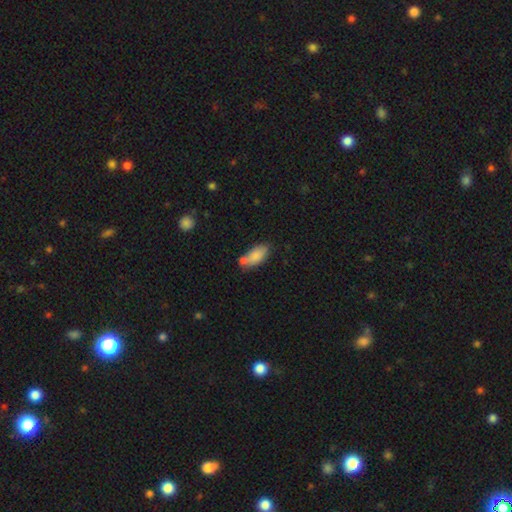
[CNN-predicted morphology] smooth_or_featured: smooth (p=0.82) [alt: featured or disk p=0.11]
how_rounded: in between (p=0.87) [alt: cigar-shaped p=0.10]
merging: none (p=0.49) [alt: merger p=0.27]